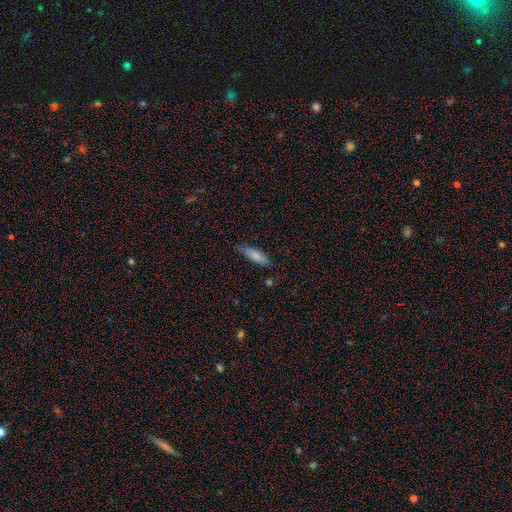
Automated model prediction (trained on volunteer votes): smooth-or-featured: smooth: 81% | featured or disk: 13% | star or artifact: 6%
  how-rounded: cigar-shaped: 54% | in between: 45% | round: 2%
  merging: none: 69% | minor disturbance: 25% | major disturbance: 4% | merger: 2%